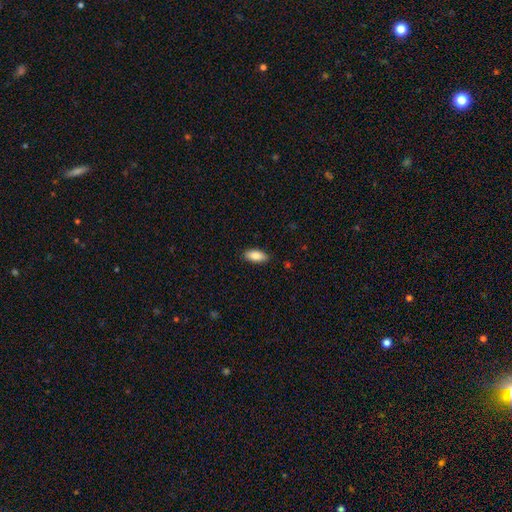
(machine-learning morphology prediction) This is clearly a smooth galaxy (86%). How rounded: clearly in between (88%). Merging: clearly none (87%).